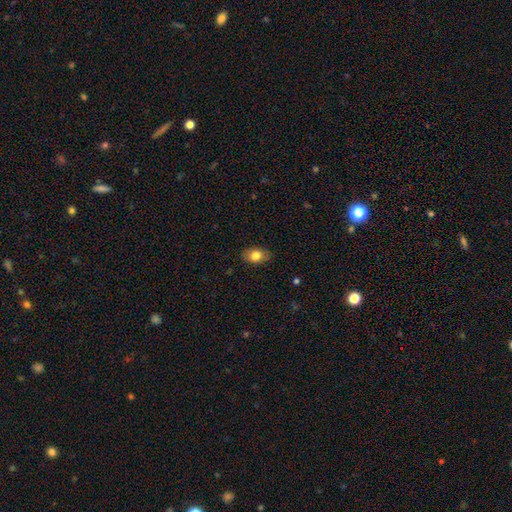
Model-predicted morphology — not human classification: smooth-or-featured: smooth: 80% | featured or disk: 12% | star or artifact: 8%
  how-rounded: in between: 84% | round: 15% | cigar-shaped: 2%
  merging: none: 84% | minor disturbance: 12% | major disturbance: 3% | merger: 1%